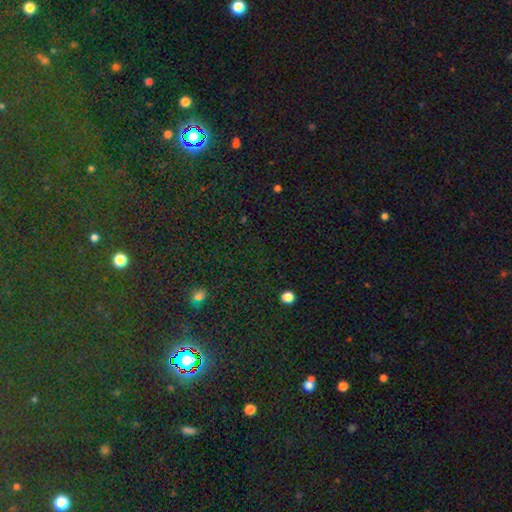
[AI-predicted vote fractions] star or artifact 76%, smooth 17%, featured or disk 8%.